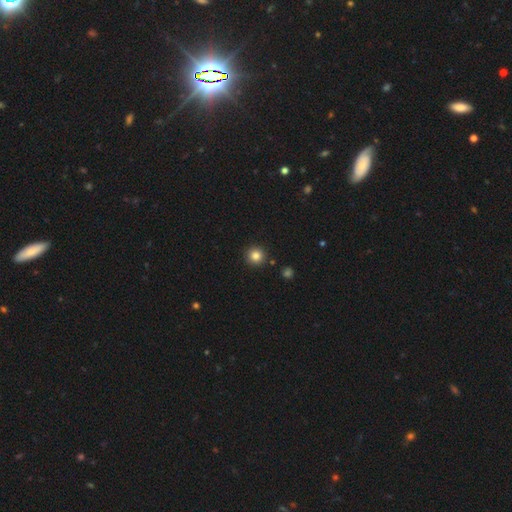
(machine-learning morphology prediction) smooth_or_featured: smooth (p=0.83) [alt: star or artifact p=0.11]
how_rounded: round (p=0.95) [alt: in between p=0.04]
merging: none (p=0.91) [alt: minor disturbance p=0.05]